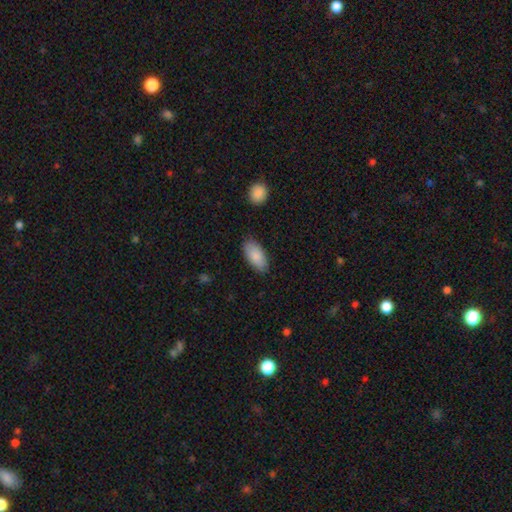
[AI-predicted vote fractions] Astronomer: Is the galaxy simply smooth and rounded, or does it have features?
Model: smooth — 87%.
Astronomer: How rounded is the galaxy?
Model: in between — 93%.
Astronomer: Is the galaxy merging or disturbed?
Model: none — 84%.